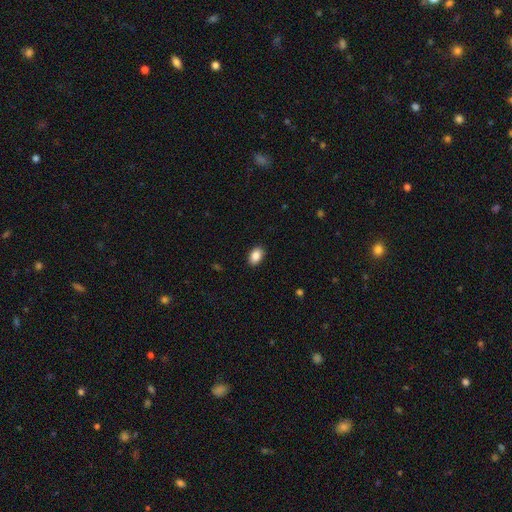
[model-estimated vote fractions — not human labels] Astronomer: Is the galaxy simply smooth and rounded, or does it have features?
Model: smooth — 88%.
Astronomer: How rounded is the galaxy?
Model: in between — 85%.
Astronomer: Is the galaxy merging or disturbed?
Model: none — 89%.